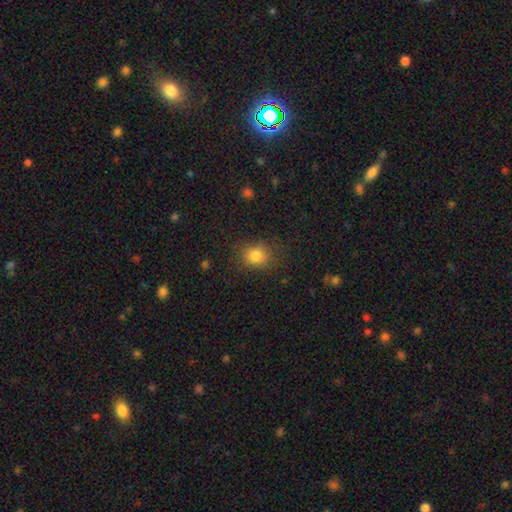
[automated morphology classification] smooth_or_featured: smooth (p=0.82) [alt: star or artifact p=0.12]
how_rounded: round (p=0.70) [alt: in between p=0.29]
merging: none (p=0.82) [alt: minor disturbance p=0.12]